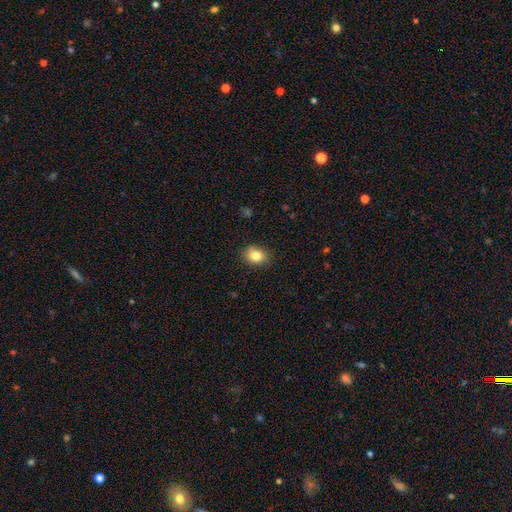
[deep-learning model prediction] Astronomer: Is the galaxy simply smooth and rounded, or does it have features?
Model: smooth — 84%.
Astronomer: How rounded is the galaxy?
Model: in between — 56% (runner-up: round, 43%).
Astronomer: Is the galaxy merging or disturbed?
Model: none — 84%.